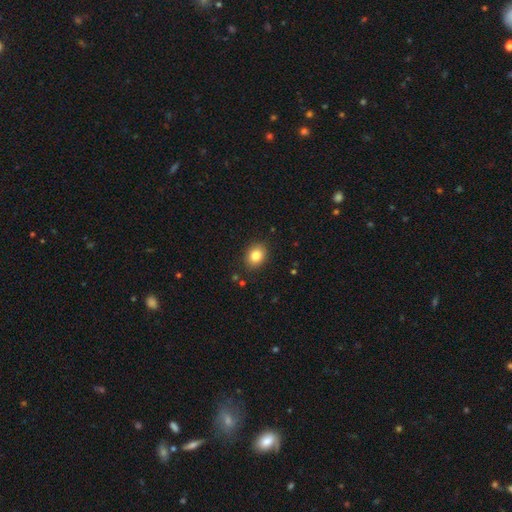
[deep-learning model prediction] The model was most divided on "how rounded": in between: 50%, round: 49%, cigar-shaped: 1%. More confident: merging — none (88%); smooth or featured — smooth (83%).